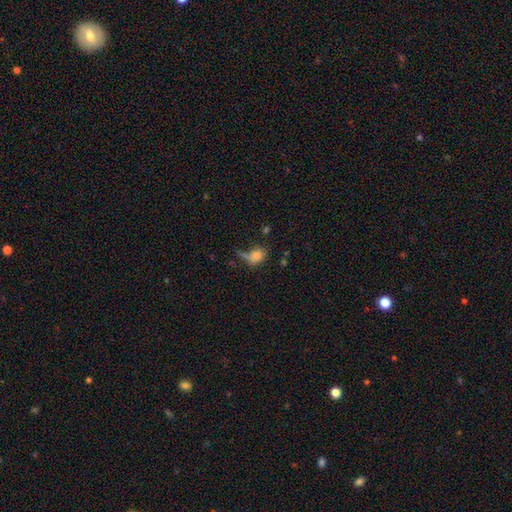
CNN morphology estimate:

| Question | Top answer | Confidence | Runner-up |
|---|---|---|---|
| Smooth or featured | smooth | 73% | featured or disk (15%) |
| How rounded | in between | 65% | round (32%) |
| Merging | none | 36% | major disturbance (29%) |